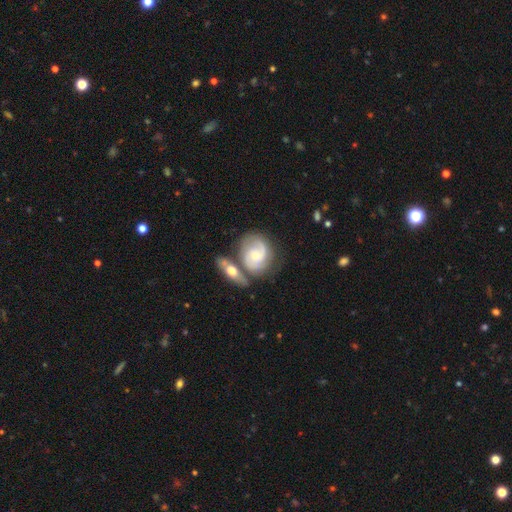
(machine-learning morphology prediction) type=featured or disk (75%); edge-on=no (96%); bar=no (70%); spiral arms=yes (90%); winding=tight (49%); arm count=2 (55%); bulge=small (49%); merging=none (44%).